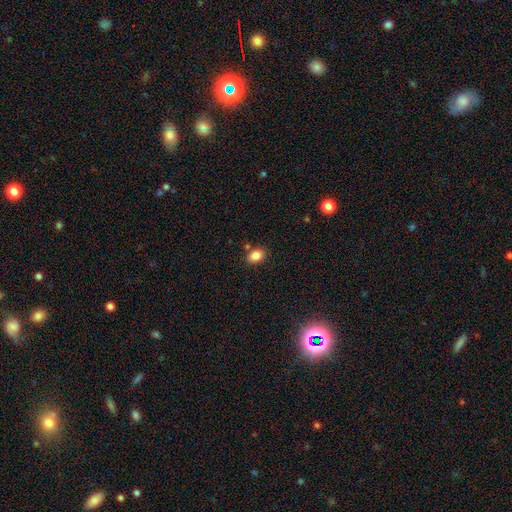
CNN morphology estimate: This appears to be a smooth galaxy with no disk features (85%) that is in between round and cigar-shaped (77%). Merging: none (82%).